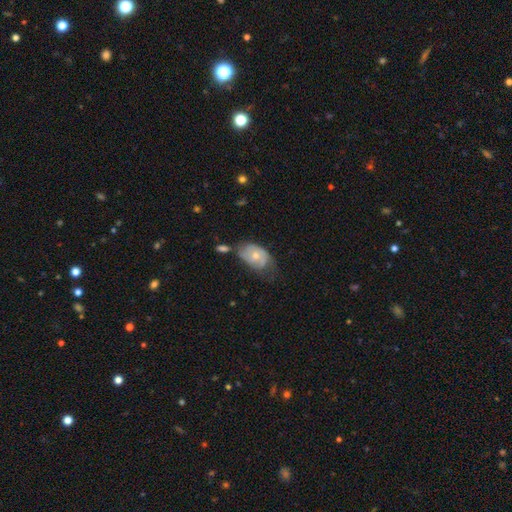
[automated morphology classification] smooth_or_featured: featured or disk (p=0.47) [tied with: smooth p=0.47]
merging: minor disturbance (p=0.37) [alt: none p=0.34]